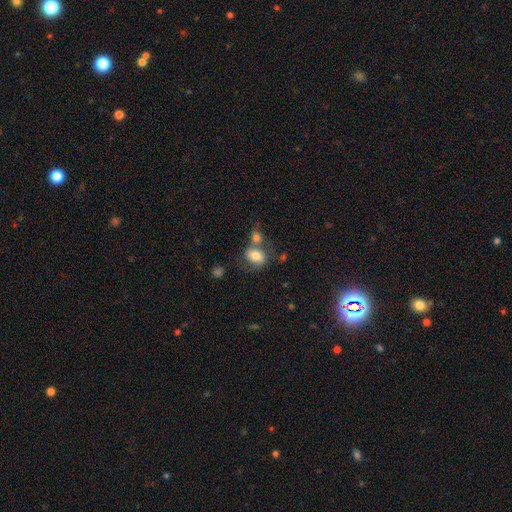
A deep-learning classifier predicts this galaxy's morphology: Smooth or featured?
  - smooth: 74% *
  - featured or disk: 17%
  - star or artifact: 9%
How rounded?
  - in between: 61% *
  - round: 38%
  - cigar-shaped: 1%
Merging?
  - merger: 40% *
  - none: 38%
  - minor disturbance: 14%
  - major disturbance: 8%